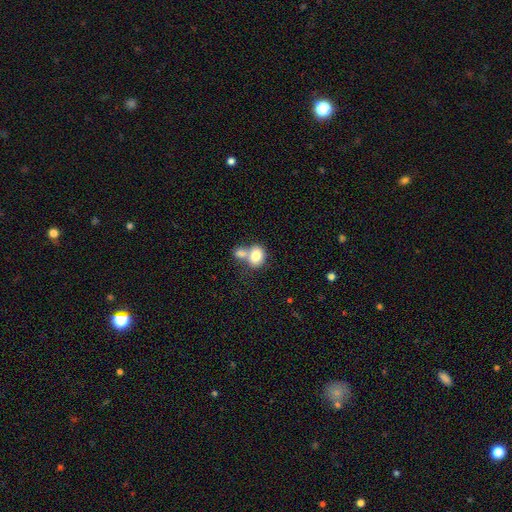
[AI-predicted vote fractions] This is clearly a smooth galaxy (80%). How rounded: likely in between (62%). Merging: possibly merger (58%).